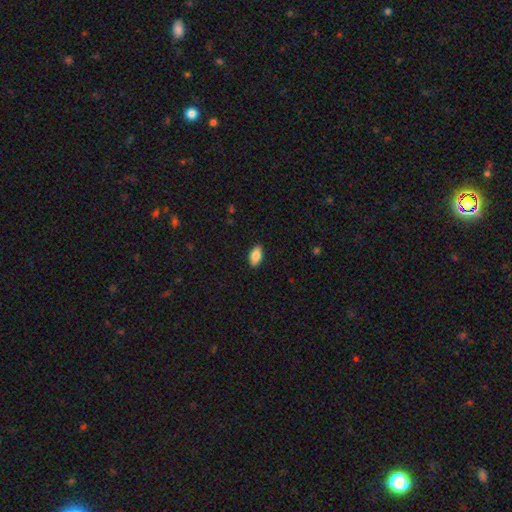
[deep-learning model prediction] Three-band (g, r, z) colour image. It shows a smooth galaxy with no disk features (85%) that is in between round and cigar-shaped (92%). Merging: none (89%).